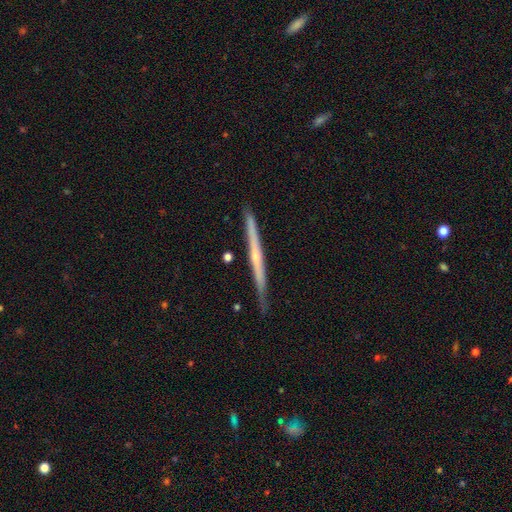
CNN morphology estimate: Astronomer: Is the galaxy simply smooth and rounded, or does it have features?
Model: featured or disk — 72%.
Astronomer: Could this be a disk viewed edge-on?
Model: yes — 98%.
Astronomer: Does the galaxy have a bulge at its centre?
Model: rounded — 49% (runner-up: none, 46%).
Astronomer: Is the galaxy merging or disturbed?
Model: none — 89%.